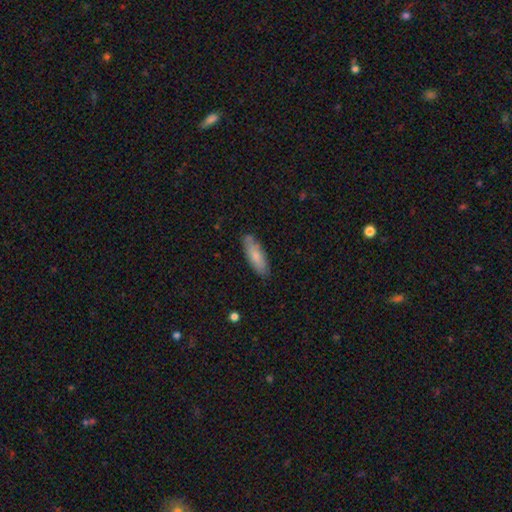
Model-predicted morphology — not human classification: type=smooth (79%); roundness=in between (53%); merging=none (81%).